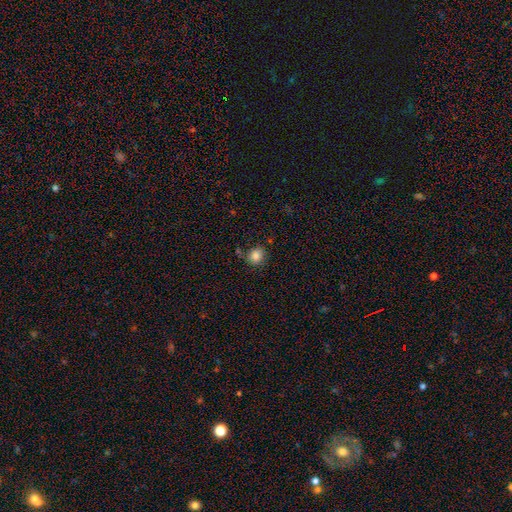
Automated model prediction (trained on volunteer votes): Overall: smooth (84%). How rounded: round (78%). Merging: none (77%).